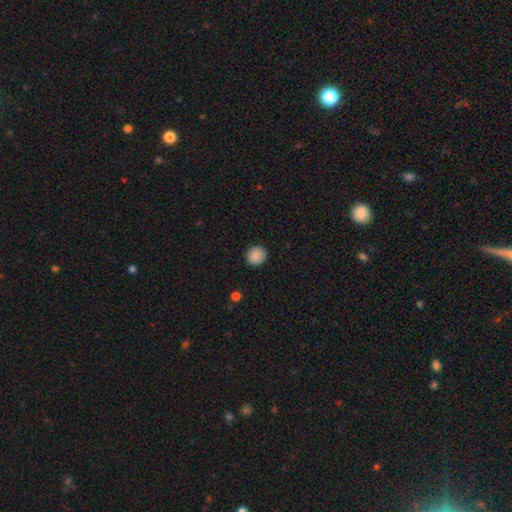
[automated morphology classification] Overall: smooth (88%). How rounded: round (90%). Merging: none (90%).